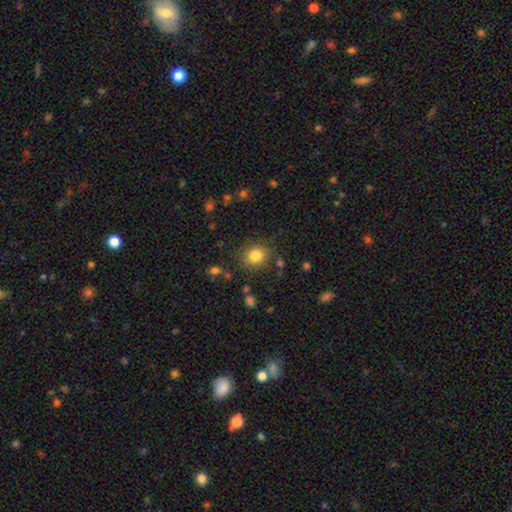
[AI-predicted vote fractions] The model was most divided on "how rounded": round: 70%, in between: 29%, cigar-shaped: 1%. More confident: merging — none (83%); smooth or featured — smooth (82%).